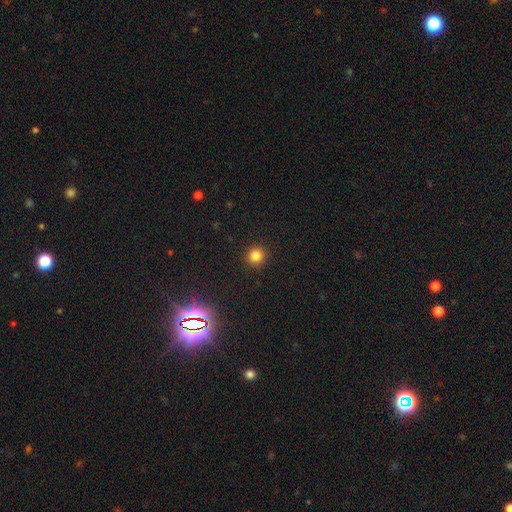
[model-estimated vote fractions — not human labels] smooth_or_featured: smooth (p=0.82) [alt: star or artifact p=0.13]
how_rounded: round (p=0.92) [alt: in between p=0.07]
merging: none (p=0.92) [alt: minor disturbance p=0.05]